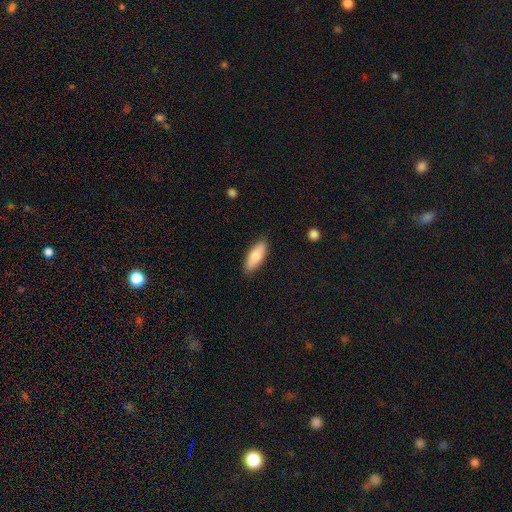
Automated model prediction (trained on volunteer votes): This is likely a smooth galaxy (78%). How rounded: likely in between (74%). Merging: clearly none (85%).